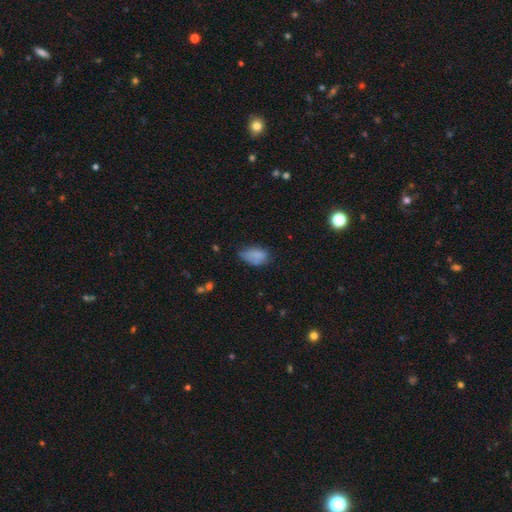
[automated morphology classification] Smooth or featured? Predicted: smooth (p=0.78). How rounded? Predicted: in between (p=0.90). Merging? Predicted: none (p=0.43).